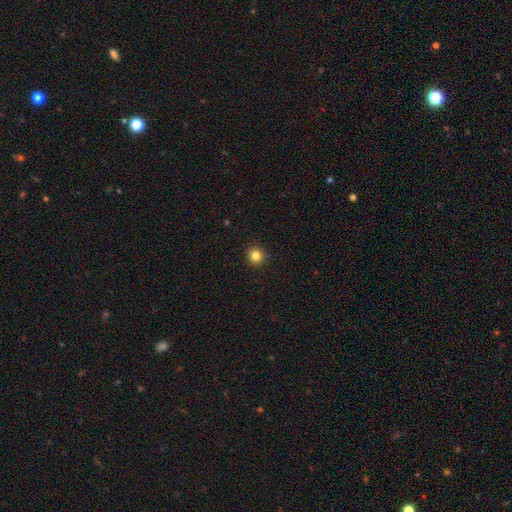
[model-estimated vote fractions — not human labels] The model was most divided on "smooth or featured": smooth: 82%, star or artifact: 12%, featured or disk: 5%. More confident: how rounded — round (94%); merging — none (93%).